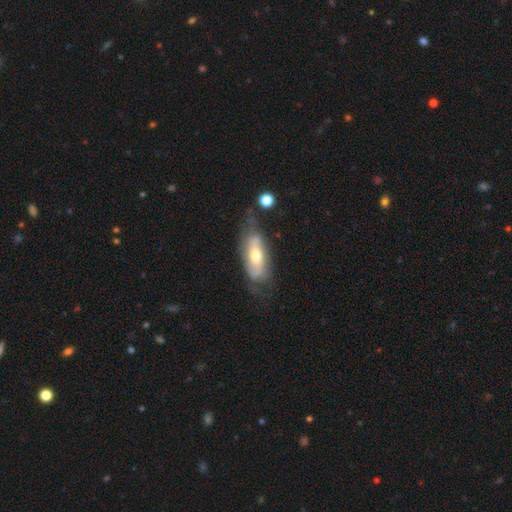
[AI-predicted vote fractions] Smooth or featured? featured or disk (57%)
Edge-on disk? no (79%)
Merging? none (55%)